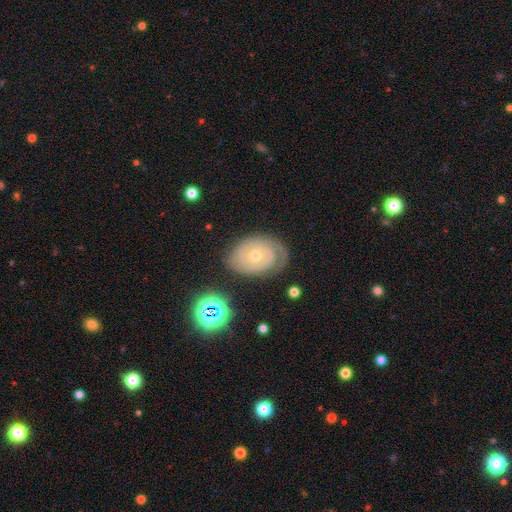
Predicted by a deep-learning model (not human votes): The model was most divided on "bulge size": small: 50%, moderate: 47%, large: 1%, none: 1%, dominant: 1%. Remaining: edge-on disk — no (96%); spiral arms — yes (91%); smooth or featured — featured or disk (81%); bar — no (80%); spiral winding — tight (80%); merging — none (73%); spiral arm count — 2 (40%).